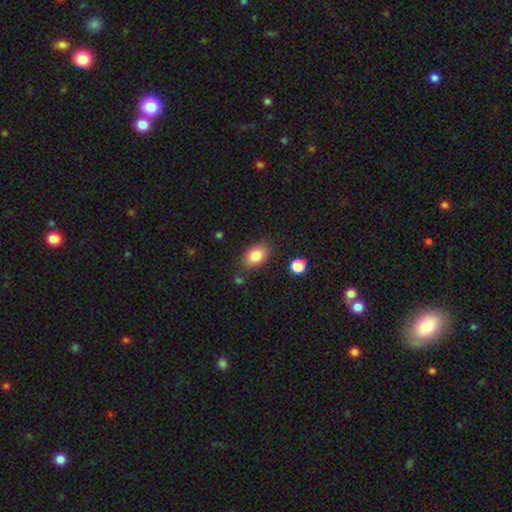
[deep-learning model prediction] Q: Smooth or featured?
A: smooth (84%); runner-up: star or artifact (8%)
Q: How rounded?
A: in between (84%); runner-up: round (14%)
Q: Merging?
A: none (78%); runner-up: minor disturbance (15%)